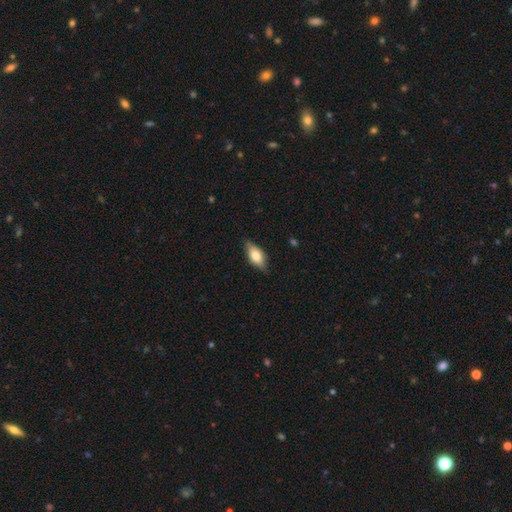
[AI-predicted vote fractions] This is likely a smooth galaxy (68%). How rounded: clearly in between (84%). Merging: clearly none (80%).